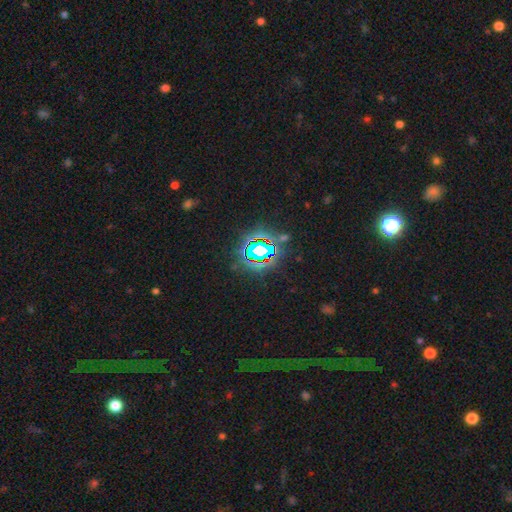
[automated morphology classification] Smooth or featured? Predicted: star or artifact (p=0.80).